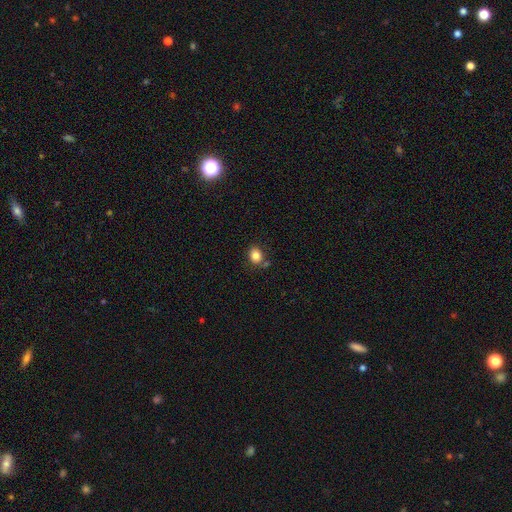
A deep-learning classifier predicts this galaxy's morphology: smooth 83%, star or artifact 11%, featured or disk 6%. Down the decision tree: how rounded — round (53%); merging — none (75%).